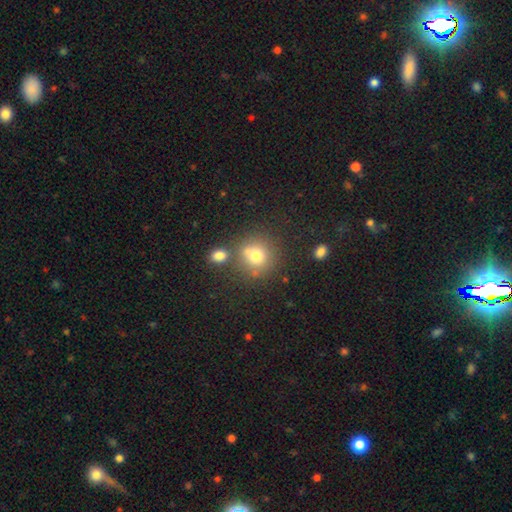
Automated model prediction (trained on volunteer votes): A smooth galaxy with no disk features (72%) that is round (85%). Merging: none (62%).